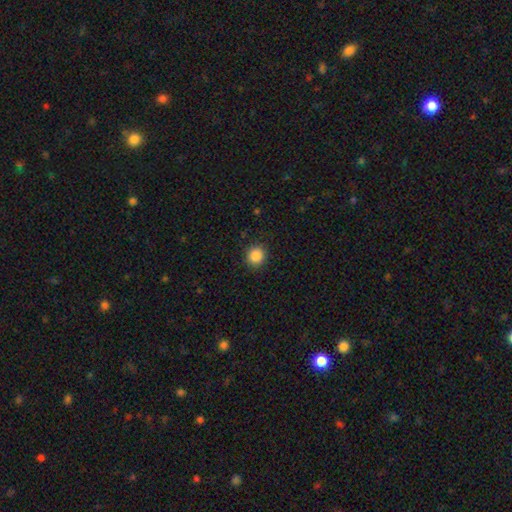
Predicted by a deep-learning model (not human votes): This is clearly a smooth galaxy (87%). How rounded: clearly round (88%). Merging: clearly none (90%).